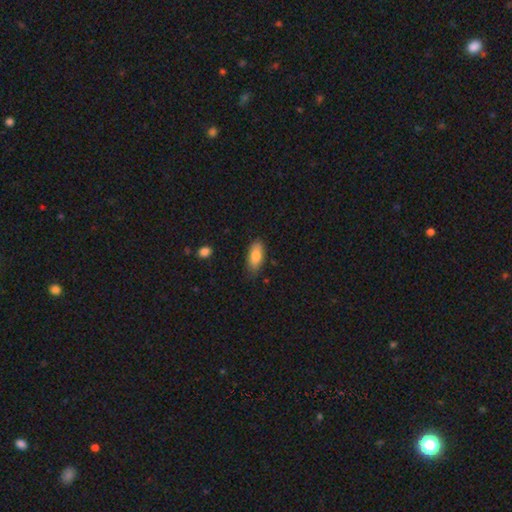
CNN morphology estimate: Smooth or featured? smooth (82%)
How rounded? in between (85%)
Merging? none (77%)